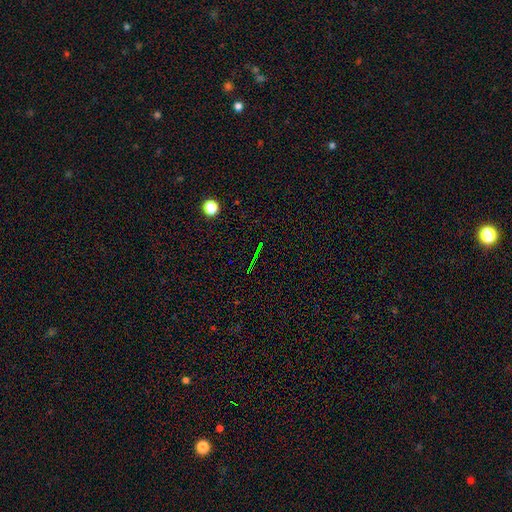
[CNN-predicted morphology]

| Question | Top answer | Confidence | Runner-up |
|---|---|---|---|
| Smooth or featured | star or artifact | 74% | smooth (13%) |